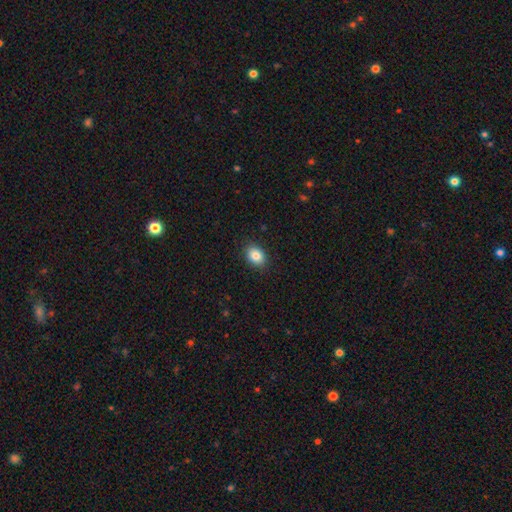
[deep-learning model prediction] Morphology: type=smooth (85%); roundness=in between (76%); merging=none (90%).